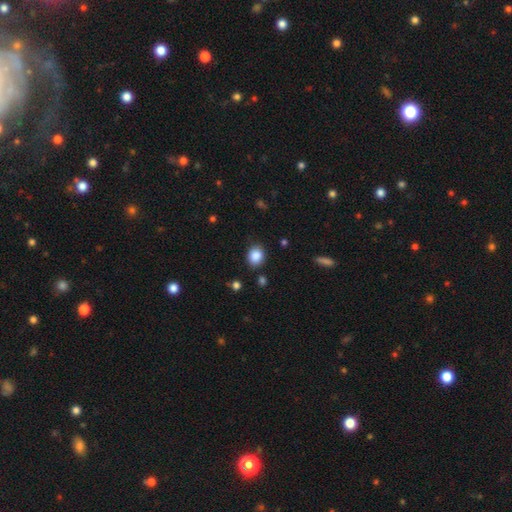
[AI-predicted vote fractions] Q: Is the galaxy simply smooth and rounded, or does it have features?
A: smooth — 87%.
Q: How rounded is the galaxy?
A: round — 57%.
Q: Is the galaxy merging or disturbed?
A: none — 84%.